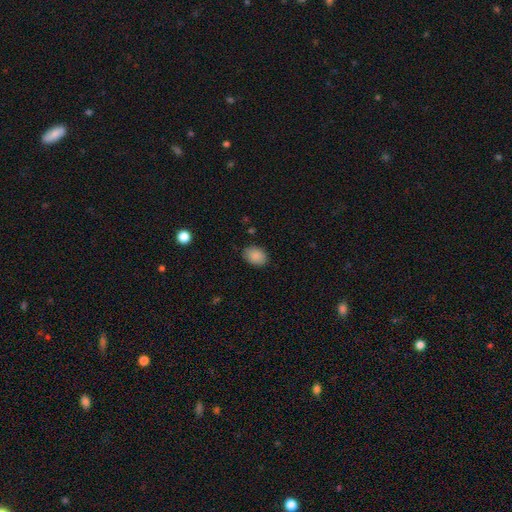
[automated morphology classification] This appears to be a smooth galaxy with no disk features (88%) that is in between round and cigar-shaped (75%). Merging: none (85%).